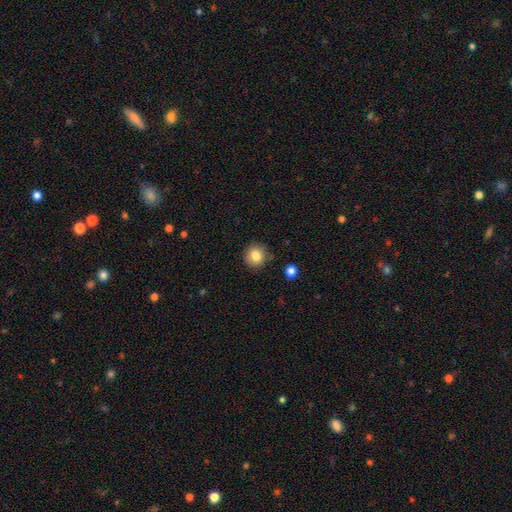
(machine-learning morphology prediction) type=smooth (84%); roundness=round (88%); merging=none (84%).